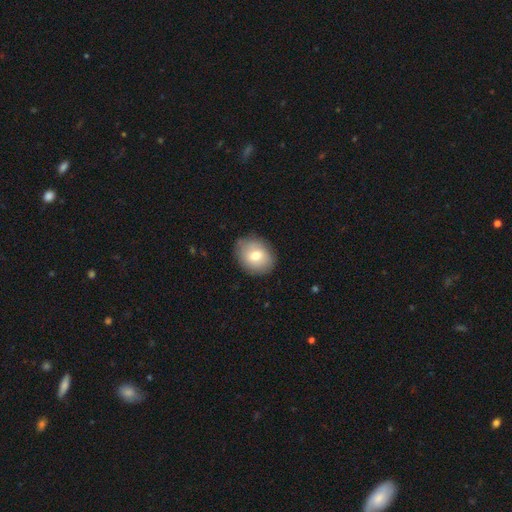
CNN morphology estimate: Smooth or featured: smooth — 72% (featured or disk — 20%)
How rounded: in between — 53% (round — 46%)
Merging: none — 82% (minor disturbance — 14%)